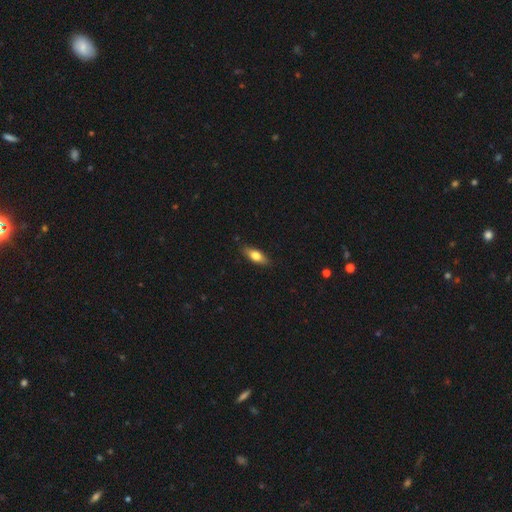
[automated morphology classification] smooth-or-featured: smooth: 69% | featured or disk: 24% | star or artifact: 7%
  how-rounded: in between: 70% | cigar-shaped: 27% | round: 4%
  merging: none: 86% | minor disturbance: 11% | major disturbance: 2% | merger: 1%